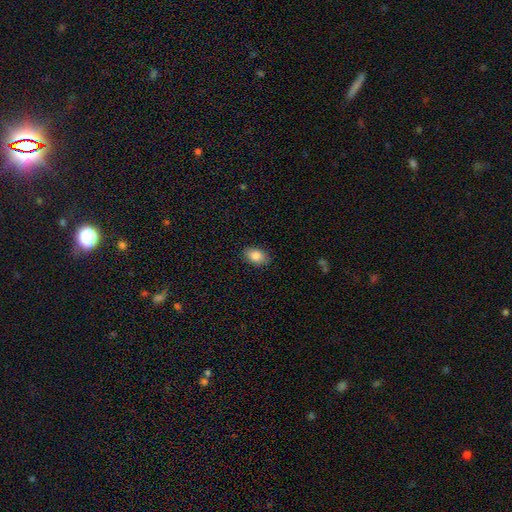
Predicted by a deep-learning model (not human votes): smooth_or_featured: smooth (p=0.86) [alt: star or artifact p=0.08]
how_rounded: in between (p=0.87) [alt: round p=0.11]
merging: none (p=0.87) [alt: minor disturbance p=0.09]